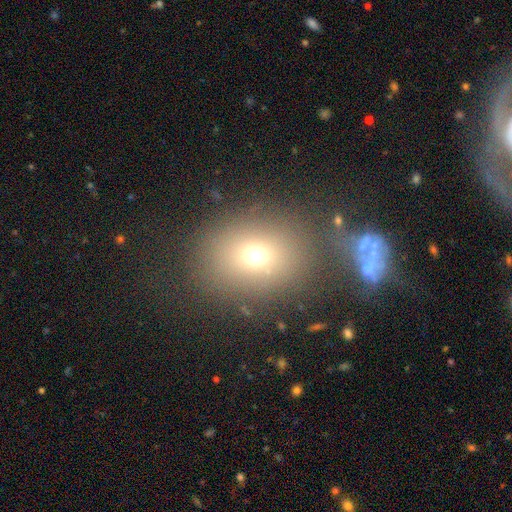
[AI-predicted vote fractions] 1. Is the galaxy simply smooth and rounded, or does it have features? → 68% smooth, 18% star or artifact, 14% featured or disk.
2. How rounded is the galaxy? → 51% round, 47% in between, 1% cigar-shaped.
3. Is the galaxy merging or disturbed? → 72% none, 12% minor disturbance, 9% merger, 7% major disturbance.